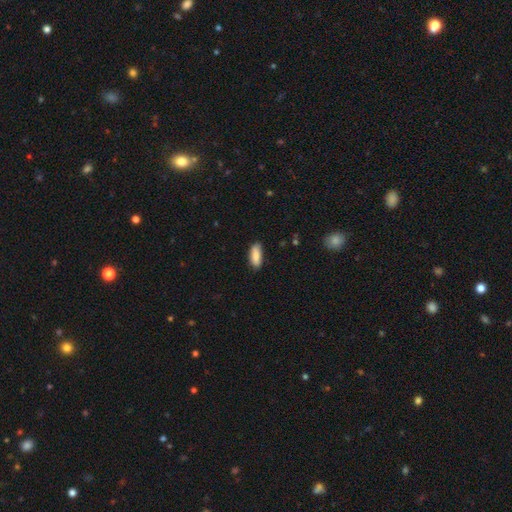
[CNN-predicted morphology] A smooth galaxy with no disk features (86%) that is in between round and cigar-shaped (72%). Merging: none (79%).